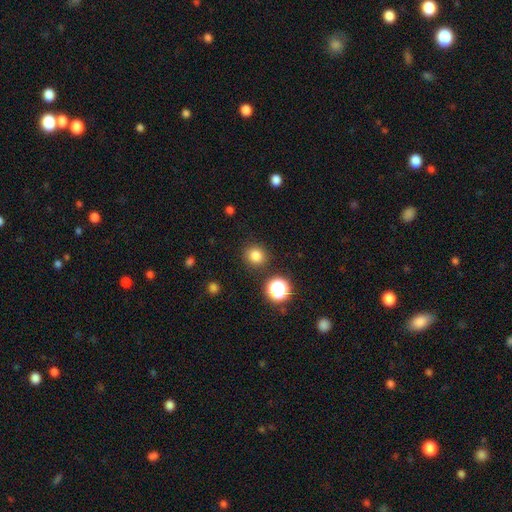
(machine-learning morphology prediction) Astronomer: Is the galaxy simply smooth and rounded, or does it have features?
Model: smooth — 81%.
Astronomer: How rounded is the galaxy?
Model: round — 90%.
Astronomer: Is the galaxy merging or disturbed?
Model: none — 88%.